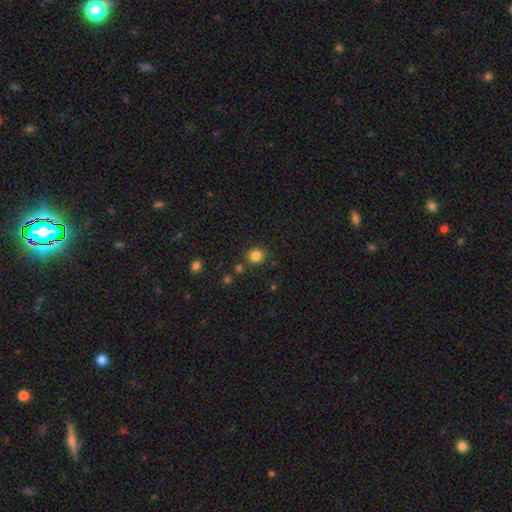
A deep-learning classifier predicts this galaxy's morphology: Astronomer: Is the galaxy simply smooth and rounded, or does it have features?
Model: smooth — 84%.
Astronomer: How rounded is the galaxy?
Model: round — 82%.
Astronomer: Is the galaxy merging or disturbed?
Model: none — 82%.